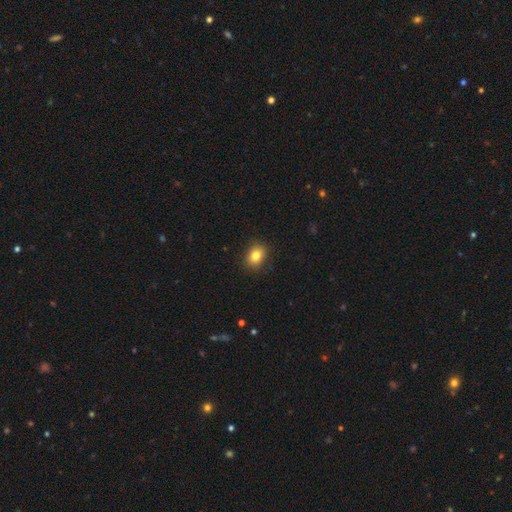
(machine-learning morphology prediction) Overall: smooth (83%). How rounded: in between (60%; round 39%). Merging: none (88%).